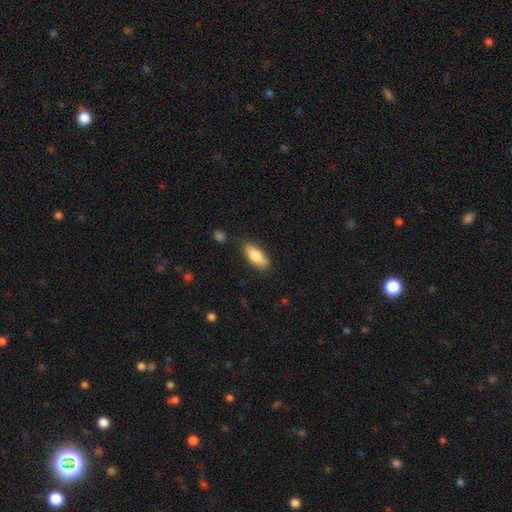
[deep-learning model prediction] Smooth or featured? smooth (78%)
How rounded? in between (79%)
Merging? none (79%)